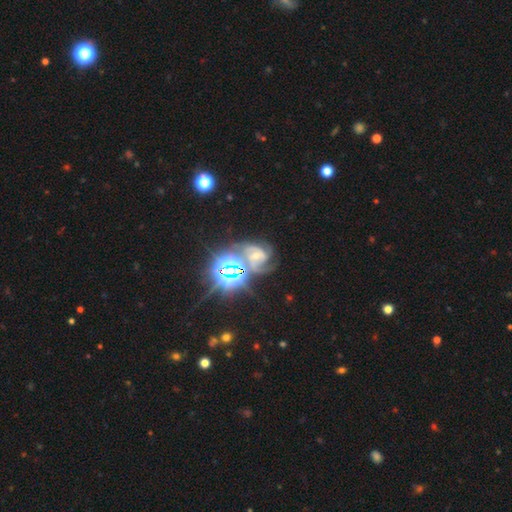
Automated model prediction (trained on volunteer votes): Smooth or featured: featured or disk — 60% (star or artifact — 29%)
Edge-on disk: no — 97% (yes — 3%)
Bar: no — 55% (weak — 29%)
Spiral arms: yes — 95% (no — 5%)
Spiral winding: medium — 51% (tight — 34%)
Spiral arm count: 2 — 38% (3 — 32%)
Bulge size: moderate — 47% (small — 44%)
Merging: none — 48% (minor disturbance — 20%)